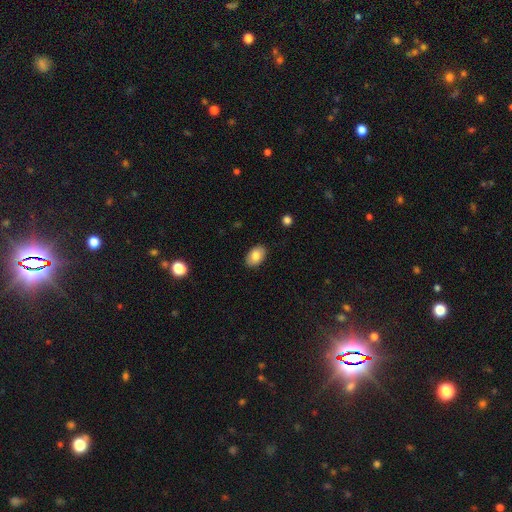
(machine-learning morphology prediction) Smooth or featured? Predicted: smooth (p=0.82). How rounded? Predicted: in between (p=0.90). Merging? Predicted: none (p=0.87).